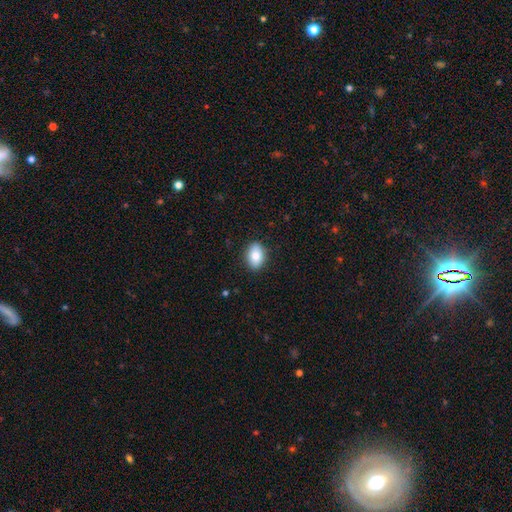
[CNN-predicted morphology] This appears to be a smooth galaxy with no disk features (83%) that is in between round and cigar-shaped (83%). Merging: none (87%).